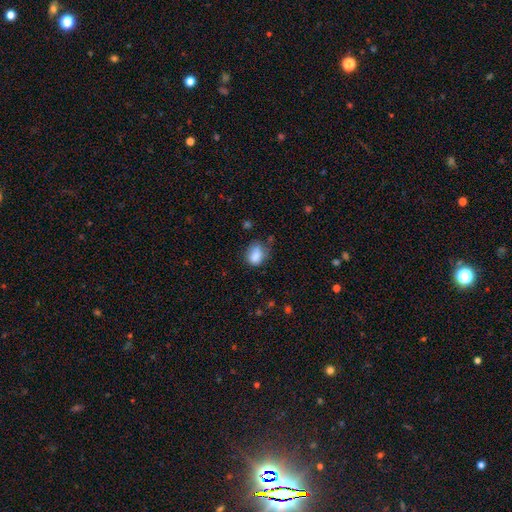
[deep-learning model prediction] A smooth galaxy with no disk features (83%) that is in between round and cigar-shaped (58%). Merging: none (48%).